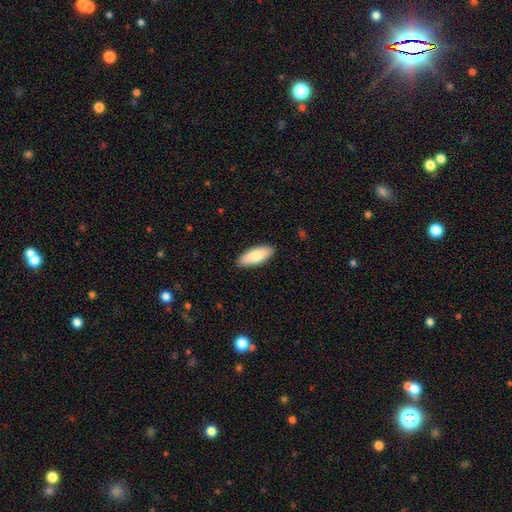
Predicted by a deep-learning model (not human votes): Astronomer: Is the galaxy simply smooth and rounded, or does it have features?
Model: smooth — 83%.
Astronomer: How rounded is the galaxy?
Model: in between — 76%.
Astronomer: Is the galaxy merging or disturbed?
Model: none — 90%.